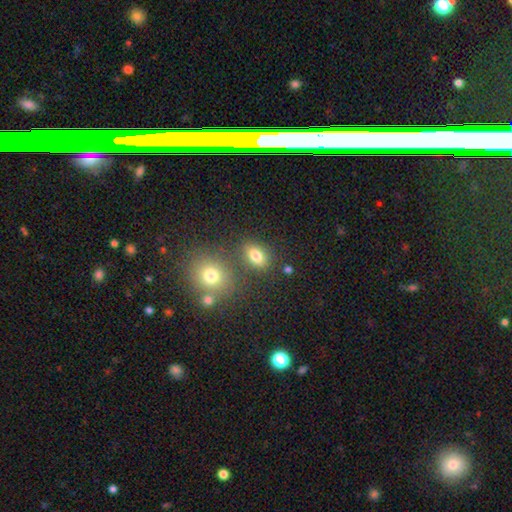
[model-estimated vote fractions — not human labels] smooth 78%, star or artifact 13%, featured or disk 9%. Down the decision tree: how rounded — in between (72%); merging — none (72%).